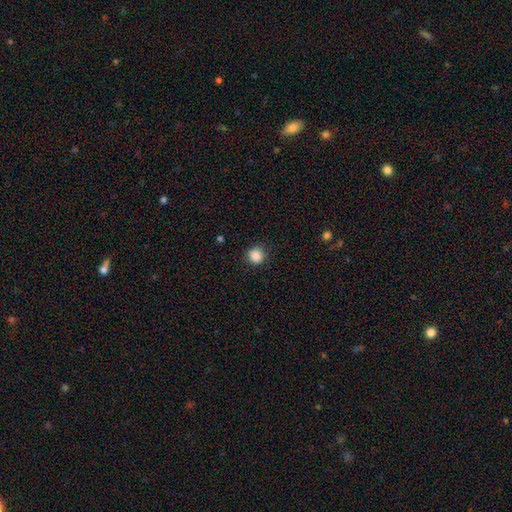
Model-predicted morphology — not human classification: Q: Smooth or featured?
A: smooth (87%); runner-up: star or artifact (10%)
Q: How rounded?
A: round (90%); runner-up: in between (9%)
Q: Merging?
A: none (87%); runner-up: minor disturbance (9%)